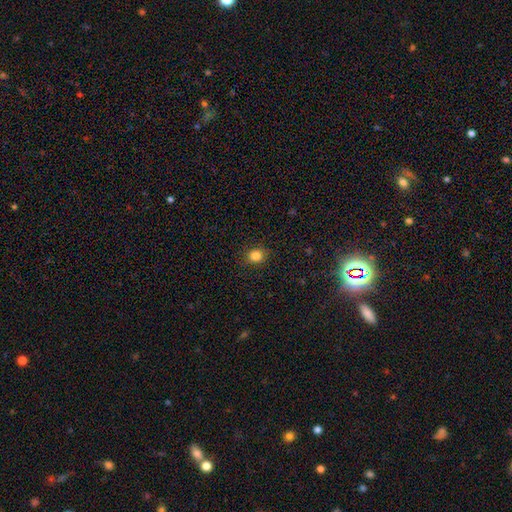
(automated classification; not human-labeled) The model was most divided on "how rounded": round: 76%, in between: 23%, cigar-shaped: 1%. More confident: merging — none (88%); smooth or featured — smooth (83%).